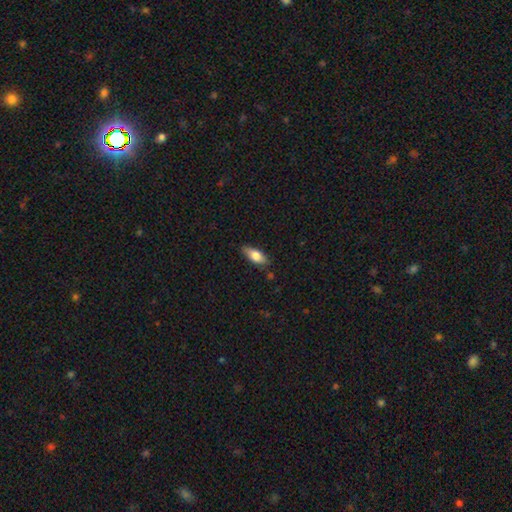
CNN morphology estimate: smooth 74%, featured or disk 20%, star or artifact 7%. Down the decision tree: how rounded — in between (78%); merging — none (78%).